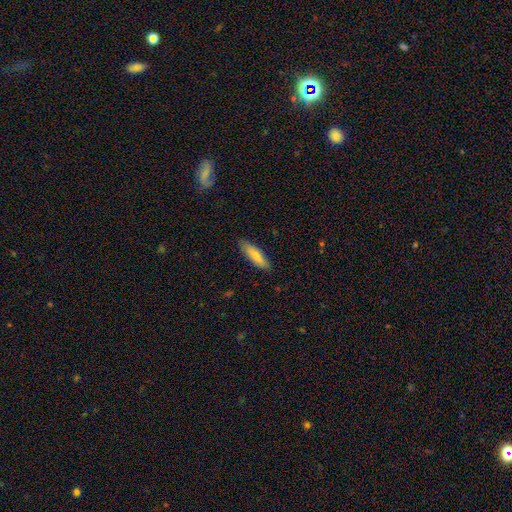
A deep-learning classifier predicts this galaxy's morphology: Smooth or featured?
  - smooth: 74% *
  - featured or disk: 20%
  - star or artifact: 6%
How rounded?
  - cigar-shaped: 61% *
  - in between: 38%
  - round: 2%
Merging?
  - none: 87% *
  - minor disturbance: 10%
  - major disturbance: 2%
  - merger: 1%